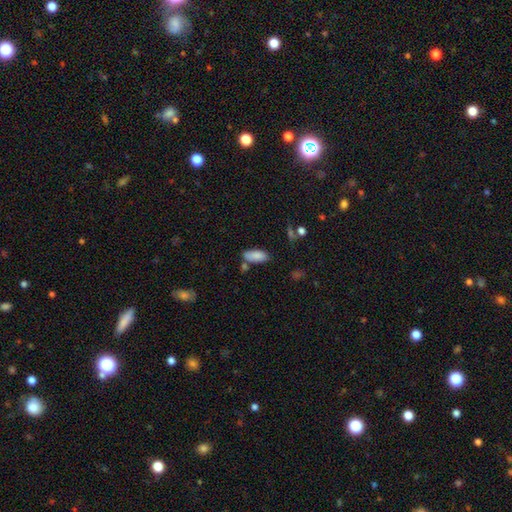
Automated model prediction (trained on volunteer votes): This is clearly a smooth galaxy (85%). How rounded: clearly in between (84%). Merging: likely none (66%).